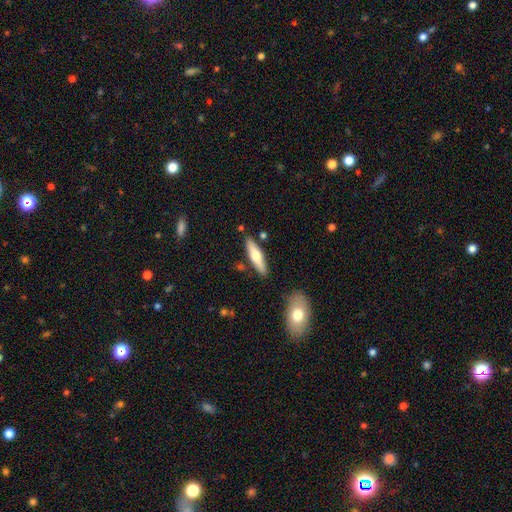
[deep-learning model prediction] smooth 54%, featured or disk 41%, star or artifact 5%. Down the decision tree: how rounded — cigar-shaped (72%); merging — none (84%).